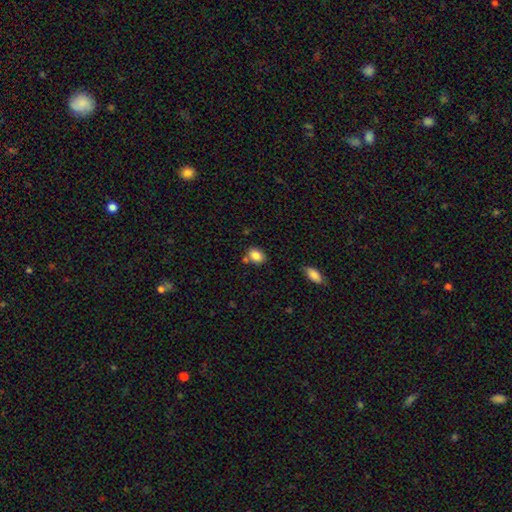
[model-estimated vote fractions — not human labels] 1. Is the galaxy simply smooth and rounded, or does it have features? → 85% smooth, 9% star or artifact, 6% featured or disk.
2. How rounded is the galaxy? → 66% in between, 33% round, 1% cigar-shaped.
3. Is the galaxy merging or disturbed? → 69% none, 14% minor disturbance, 13% merger, 4% major disturbance.